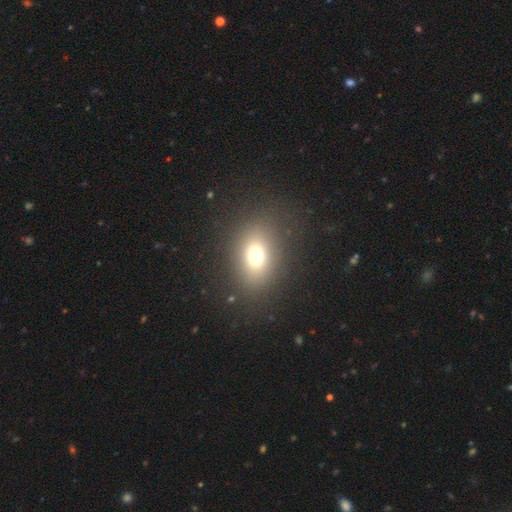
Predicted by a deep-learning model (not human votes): Q: Smooth or featured?
A: smooth (71%); runner-up: star or artifact (16%)
Q: How rounded?
A: in between (67%); runner-up: round (31%)
Q: Merging?
A: none (82%); runner-up: minor disturbance (10%)